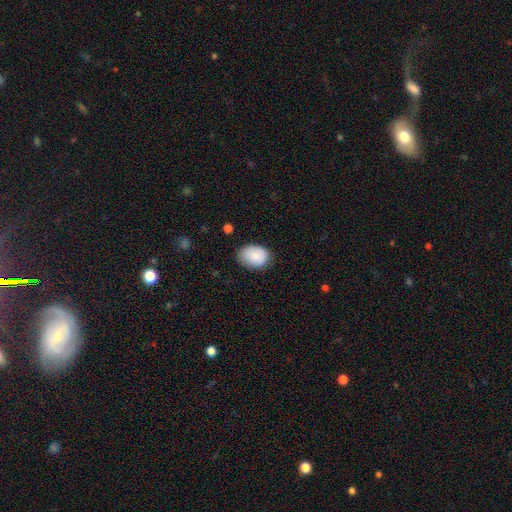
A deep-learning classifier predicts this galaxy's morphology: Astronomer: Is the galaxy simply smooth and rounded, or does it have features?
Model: smooth — 84%.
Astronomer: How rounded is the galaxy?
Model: in between — 73%.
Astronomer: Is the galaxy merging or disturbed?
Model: none — 73%.